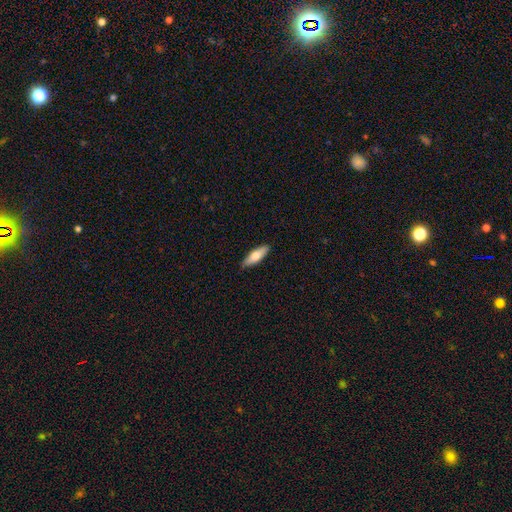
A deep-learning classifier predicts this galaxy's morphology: A smooth galaxy with no disk features (68%) that is cigar-shaped (51%). Merging: none (88%).